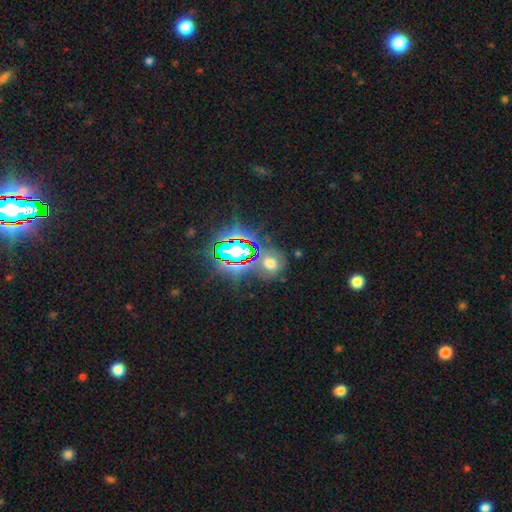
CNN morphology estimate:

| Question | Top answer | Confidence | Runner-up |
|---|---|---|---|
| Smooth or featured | star or artifact | 81% | smooth (12%) |